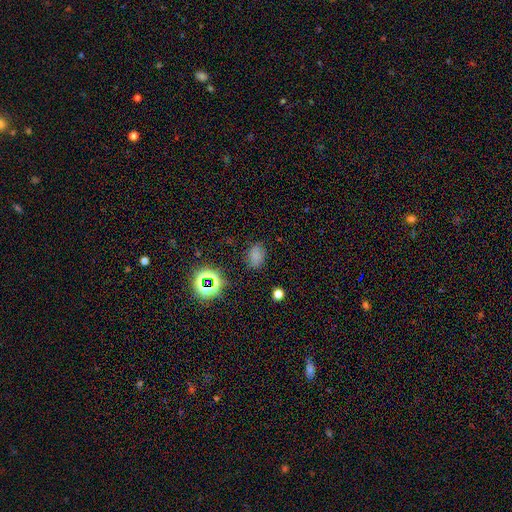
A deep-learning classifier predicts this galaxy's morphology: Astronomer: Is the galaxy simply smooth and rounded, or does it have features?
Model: smooth — 66%.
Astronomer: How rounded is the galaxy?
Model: in between — 76%.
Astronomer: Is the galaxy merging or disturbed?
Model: none — 74%.